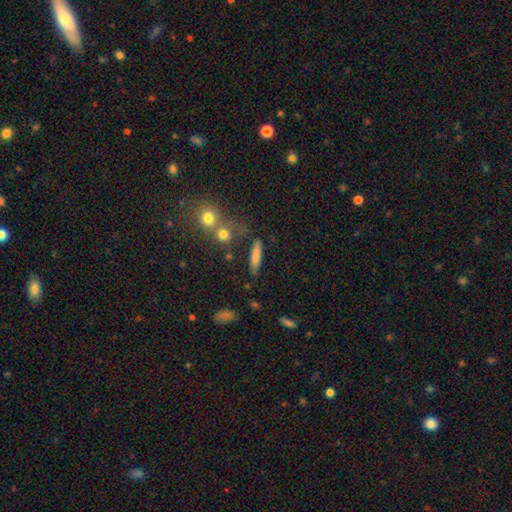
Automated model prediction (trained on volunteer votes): Q: Smooth or featured?
A: smooth (75%); runner-up: featured or disk (16%)
Q: How rounded?
A: cigar-shaped (81%); runner-up: in between (16%)
Q: Merging?
A: none (73%); runner-up: minor disturbance (13%)